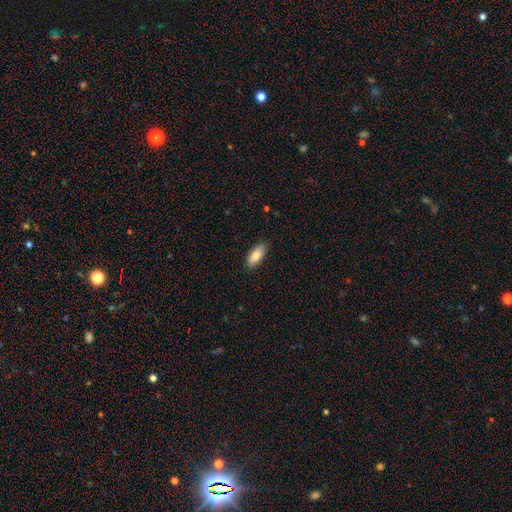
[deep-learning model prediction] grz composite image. It shows a smooth galaxy with no disk features (81%) that is in between round and cigar-shaped (83%). Merging: none (85%).